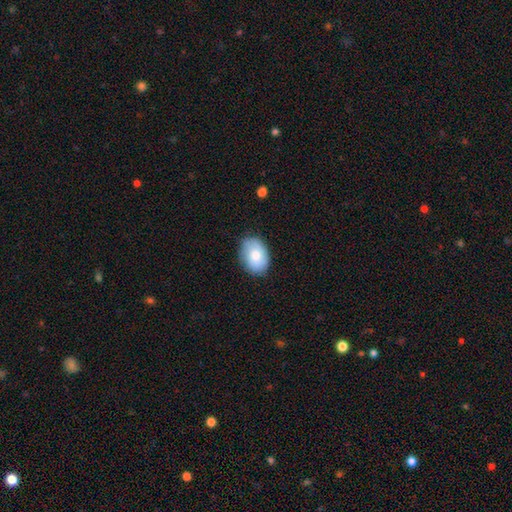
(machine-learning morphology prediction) smooth_or_featured: smooth (p=0.76) [alt: featured or disk p=0.18]
how_rounded: in between (p=0.78) [alt: round p=0.21]
merging: none (p=0.80) [alt: minor disturbance p=0.16]